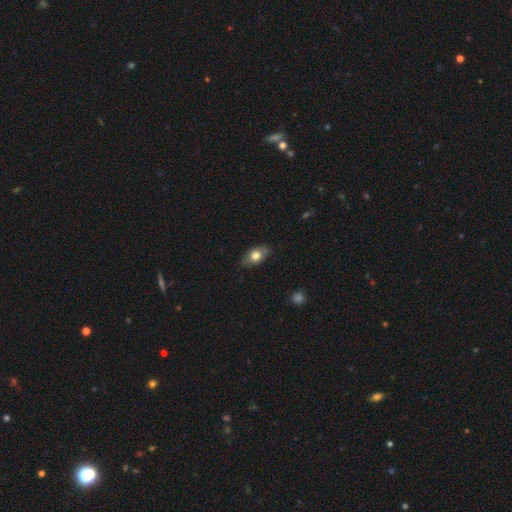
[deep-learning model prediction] A smooth galaxy with no disk features (74%) that is in between round and cigar-shaped (88%).

Vote fractions:
- Smooth or featured? smooth: 74% / featured or disk: 19% / star or artifact: 7%
- How rounded? in between: 88% / round: 9% / cigar-shaped: 3%
- Merging? none: 82% / minor disturbance: 15% / major disturbance: 3% / merger: 1%